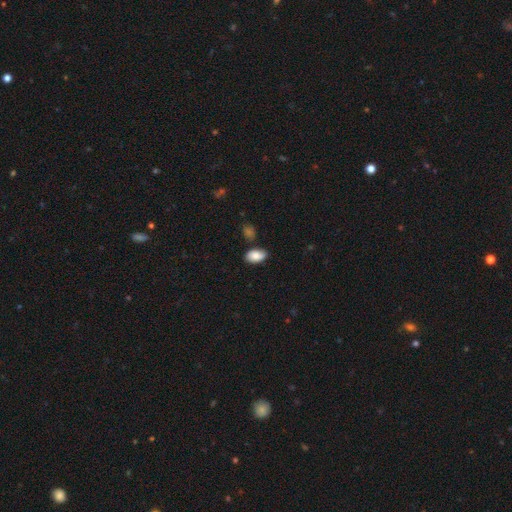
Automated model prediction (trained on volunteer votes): This is clearly a smooth galaxy (85%). How rounded: clearly in between (94%). Merging: likely none (76%).